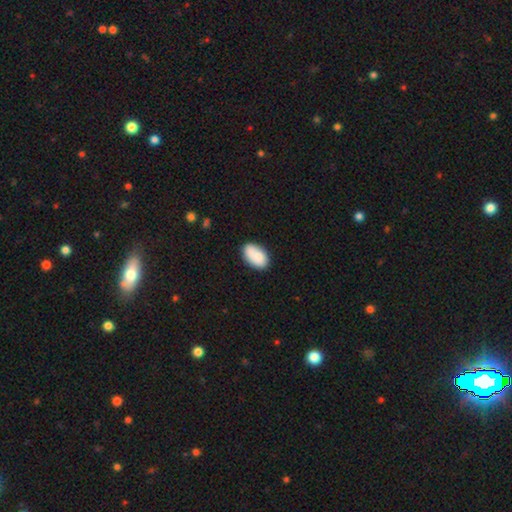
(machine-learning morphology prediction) Smooth or featured: smooth — 79% (featured or disk — 14%)
How rounded: in between — 92% (round — 7%)
Merging: none — 70% (minor disturbance — 20%)